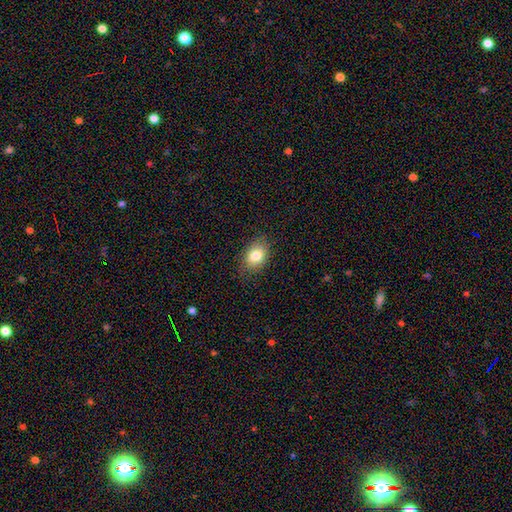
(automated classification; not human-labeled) A smooth galaxy with no disk features (81%) that is in between round and cigar-shaped (81%). Merging: none (83%).